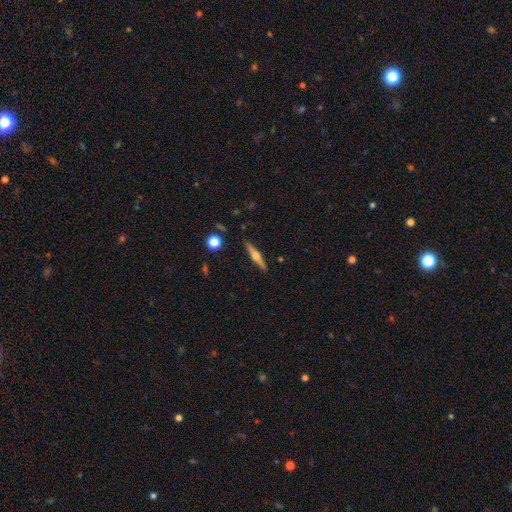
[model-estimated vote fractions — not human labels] This appears to be a featured or disk galaxy (69%) viewed edge-on (98%) with a rounded central bulge (91%). Merging: none (90%).